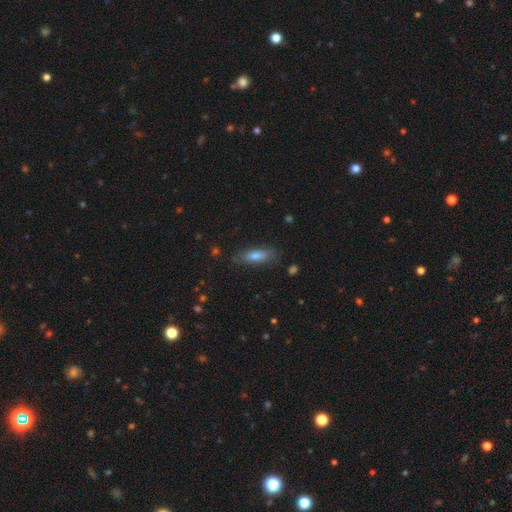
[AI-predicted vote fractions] Smooth or featured?
  - smooth: 68% *
  - featured or disk: 23%
  - star or artifact: 9%
How rounded?
  - cigar-shaped: 50% *
  - in between: 47%
  - round: 2%
Merging?
  - none: 81% *
  - minor disturbance: 14%
  - major disturbance: 3%
  - merger: 2%